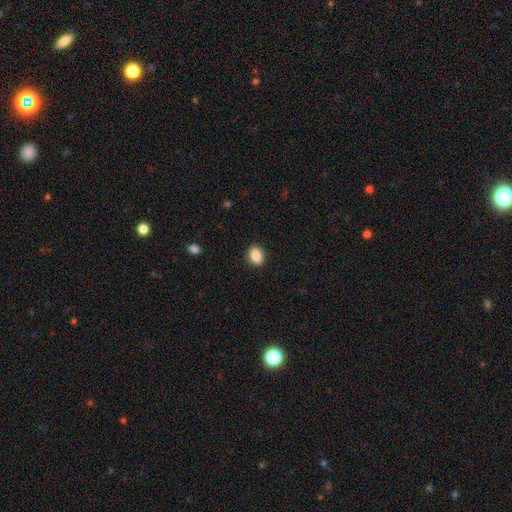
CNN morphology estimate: The model was most divided on "how rounded": in between: 67%, round: 31%, cigar-shaped: 1%. More confident: merging — none (89%); smooth or featured — smooth (86%).